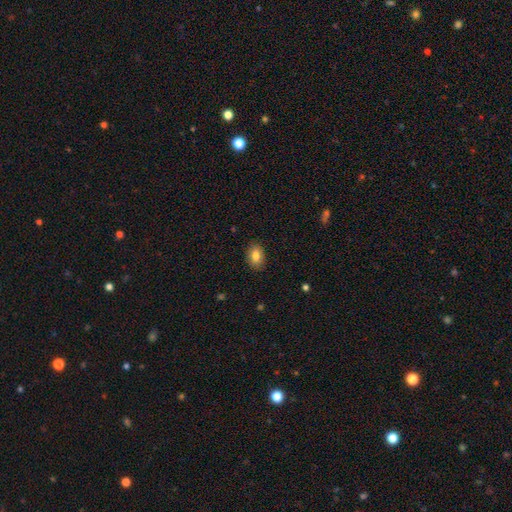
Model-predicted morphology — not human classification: Smooth or featured: smooth — 82% (featured or disk — 9%)
How rounded: in between — 81% (round — 17%)
Merging: none — 88% (minor disturbance — 9%)